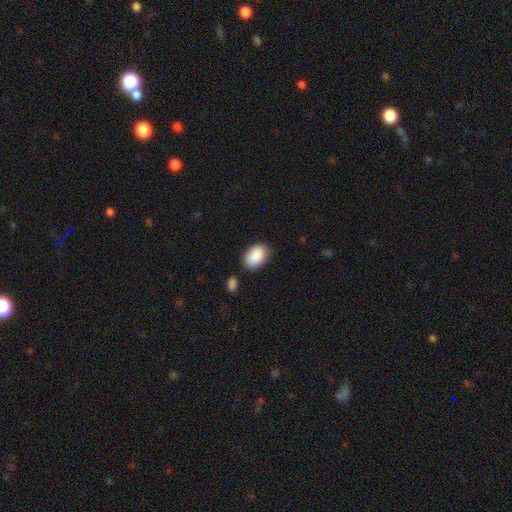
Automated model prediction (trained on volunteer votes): Overall: smooth (90%). How rounded: in between (87%). Merging: none (78%).